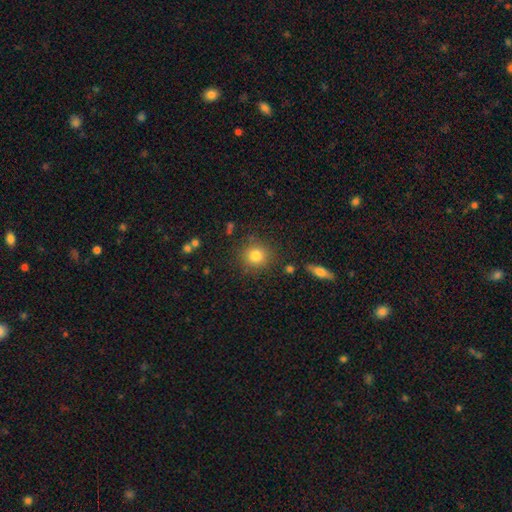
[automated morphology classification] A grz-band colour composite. It shows a smooth galaxy with no disk features (82%) that is round (90%). Merging: none (84%).